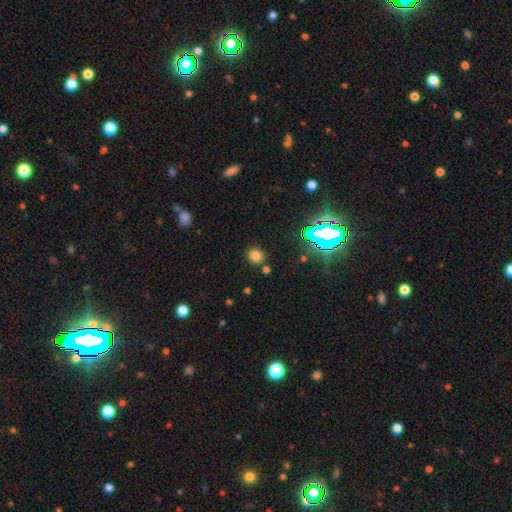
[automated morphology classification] smooth_or_featured: smooth (p=0.70) [alt: star or artifact p=0.23]
how_rounded: round (p=0.88) [alt: in between p=0.11]
merging: none (p=0.83) [alt: minor disturbance p=0.08]